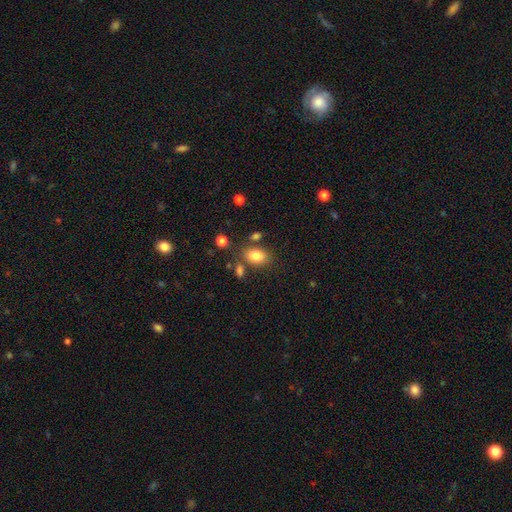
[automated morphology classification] The model was most divided on "merging": none: 72%, minor disturbance: 13%, merger: 10%, major disturbance: 4%. More confident: smooth or featured — smooth (83%); how rounded — in between (82%).